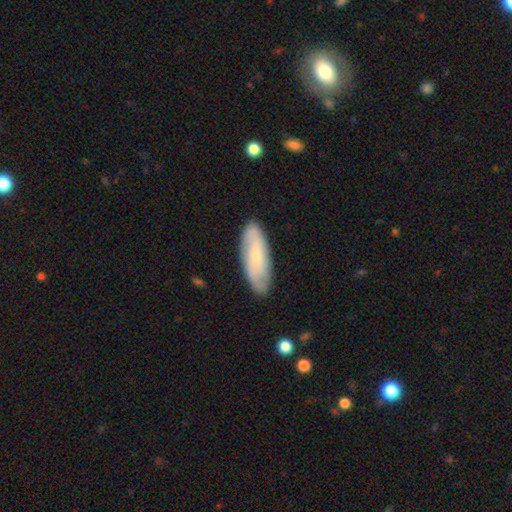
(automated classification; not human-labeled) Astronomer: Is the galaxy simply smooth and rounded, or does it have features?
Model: smooth — 53% (runner-up: featured or disk, 41%).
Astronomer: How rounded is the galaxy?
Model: in between — 63%.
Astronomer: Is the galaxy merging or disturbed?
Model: none — 83%.